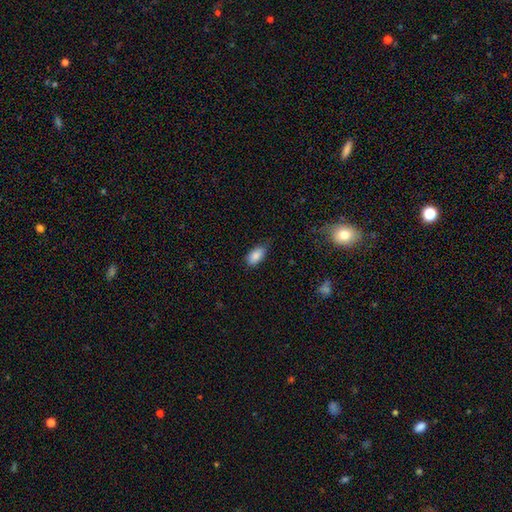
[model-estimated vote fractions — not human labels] This appears to be a smooth galaxy with no disk features (87%) that is in between round and cigar-shaped (92%). Merging: none (66%).